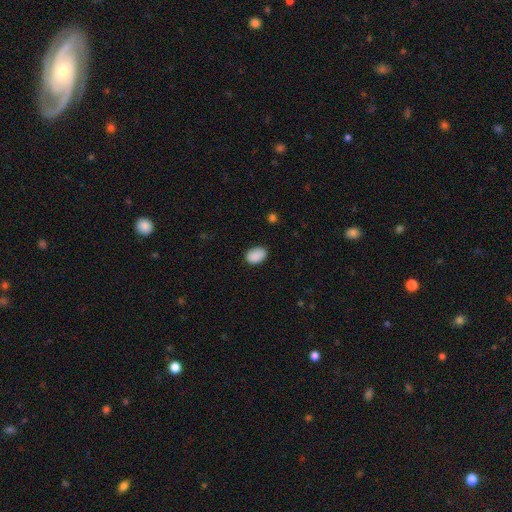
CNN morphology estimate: Smooth or featured?
  - smooth: 89% *
  - star or artifact: 7%
  - featured or disk: 3%
How rounded?
  - in between: 84% *
  - round: 15%
  - cigar-shaped: 1%
Merging?
  - none: 83% *
  - minor disturbance: 13%
  - major disturbance: 3%
  - merger: 1%